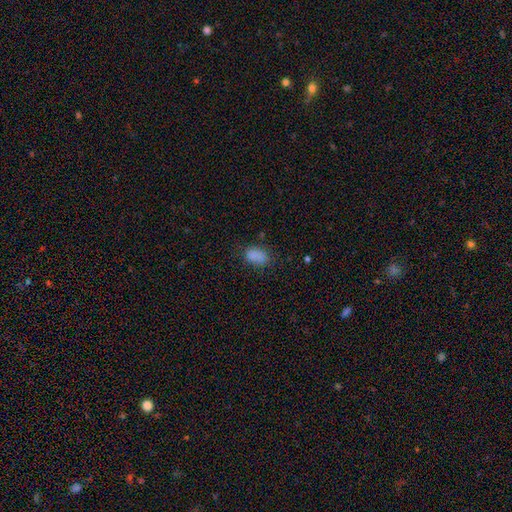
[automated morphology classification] smooth-or-featured: smooth: 82% | star or artifact: 11% | featured or disk: 7%
  how-rounded: in between: 85% | round: 14% | cigar-shaped: 2%
  merging: none: 65% | minor disturbance: 23% | major disturbance: 8% | merger: 5%